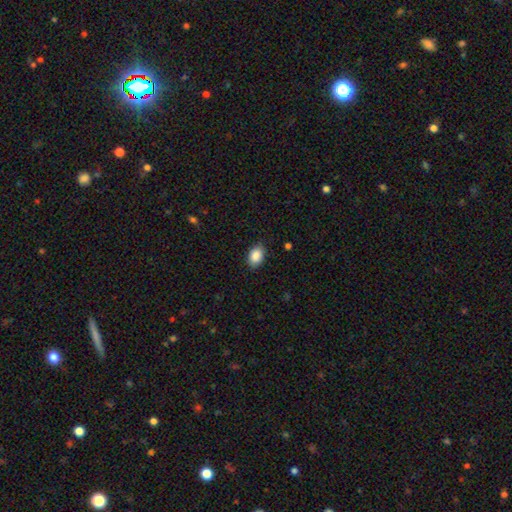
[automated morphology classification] Smooth or featured: smooth — 89% (star or artifact — 7%)
How rounded: in between — 85% (round — 14%)
Merging: none — 86% (minor disturbance — 11%)